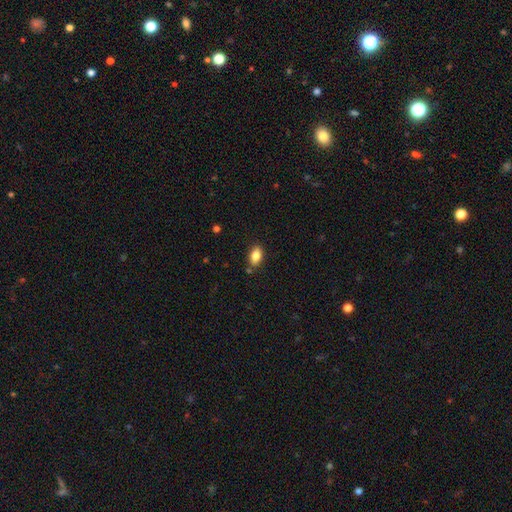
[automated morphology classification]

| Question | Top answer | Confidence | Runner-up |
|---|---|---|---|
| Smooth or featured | smooth | 84% | featured or disk (8%) |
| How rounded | in between | 90% | round (7%) |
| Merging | none | 82% | minor disturbance (12%) |